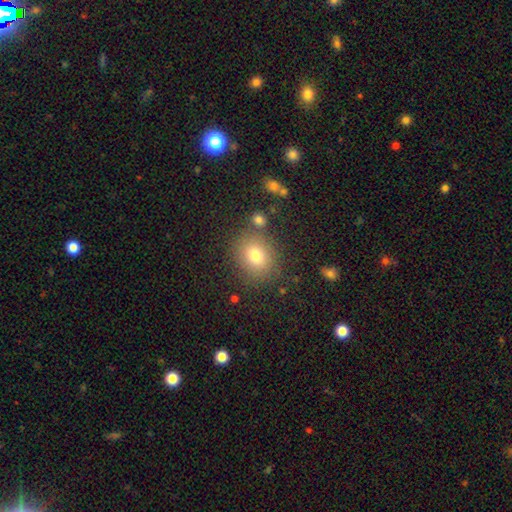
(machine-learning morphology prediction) type=smooth (76%); roundness=round (69%); merging=none (79%).